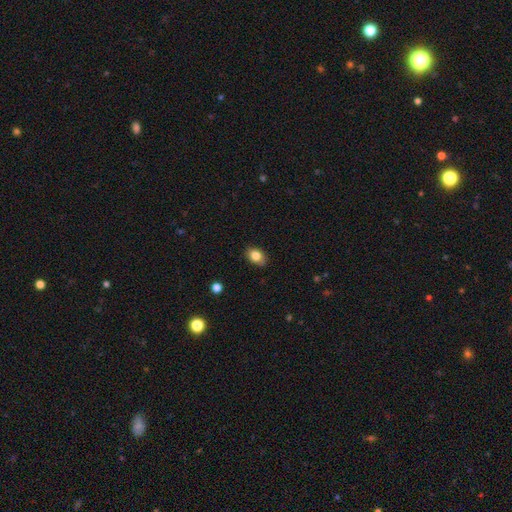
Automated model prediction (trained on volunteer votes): smooth 83%, star or artifact 9%, featured or disk 8%. Down the decision tree: how rounded — in between (77%); merging — none (84%).